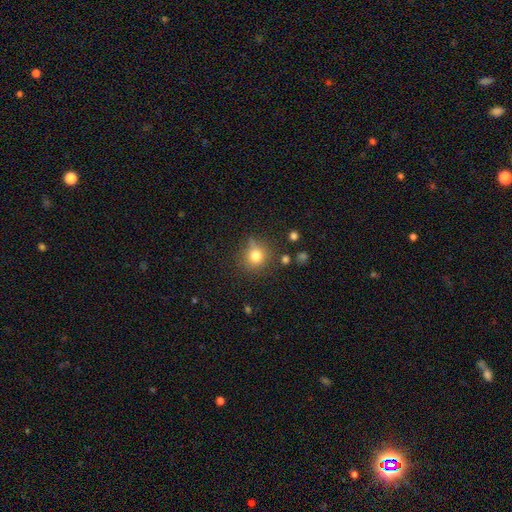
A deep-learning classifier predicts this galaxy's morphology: The model was most divided on "merging": none: 74%, minor disturbance: 15%, merger: 5%, major disturbance: 5%. More confident: how rounded — round (89%); smooth or featured — smooth (78%).